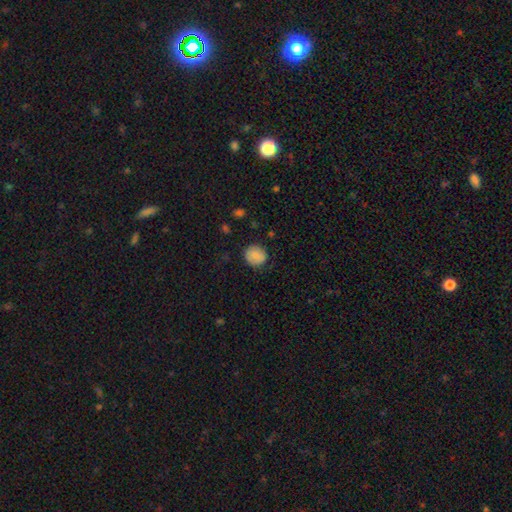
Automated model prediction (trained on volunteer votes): Smooth or featured?
  - smooth: 83% *
  - featured or disk: 9%
  - star or artifact: 8%
How rounded?
  - round: 82% *
  - in between: 17%
  - cigar-shaped: 1%
Merging?
  - none: 81% *
  - minor disturbance: 14%
  - major disturbance: 4%
  - merger: 1%